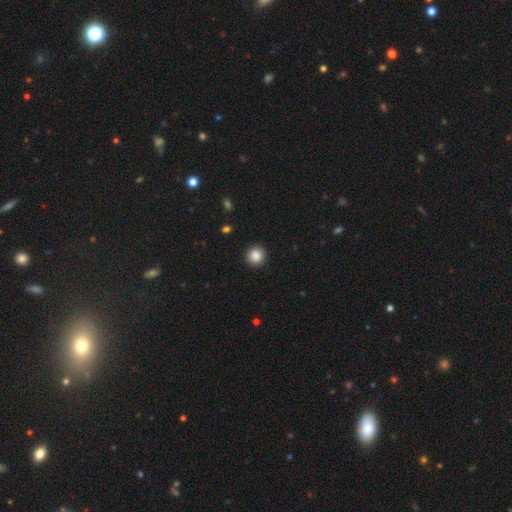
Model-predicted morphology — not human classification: Smooth or featured? smooth (87%)
How rounded? round (93%)
Merging? none (92%)